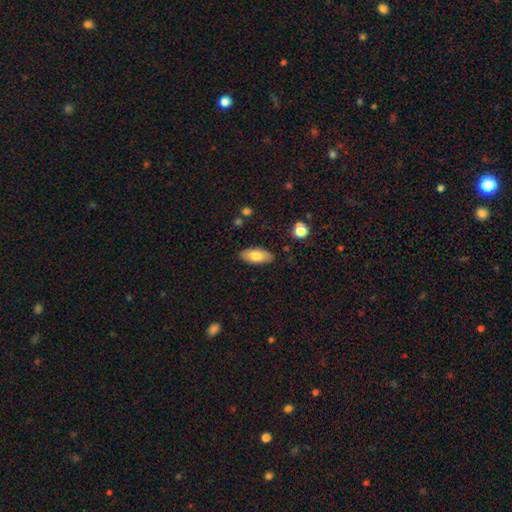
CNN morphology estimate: This appears to be a smooth galaxy with no disk features (77%) that is in between round and cigar-shaped (89%). Merging: none (86%).